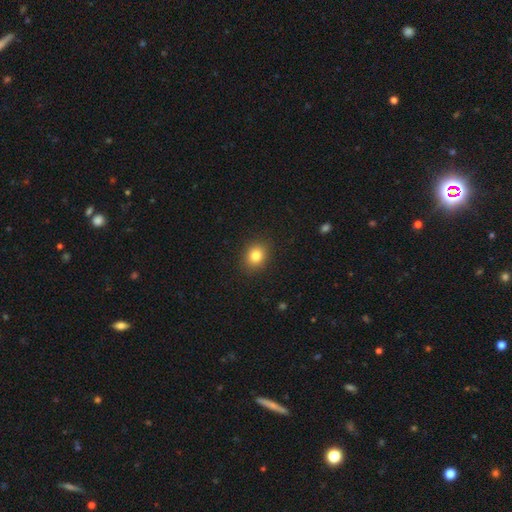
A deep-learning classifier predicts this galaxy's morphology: Overall: smooth (82%). How rounded: round (61%; in between 38%). Merging: none (89%).